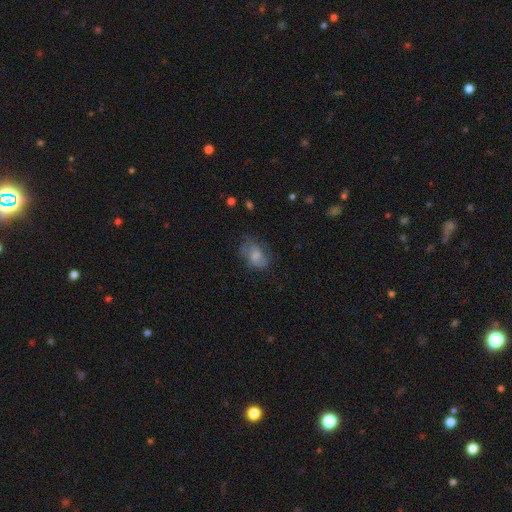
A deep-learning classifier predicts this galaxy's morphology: smooth_or_featured: smooth (p=0.62) [alt: featured or disk p=0.29]
how_rounded: in between (p=0.79) [alt: round p=0.19]
merging: none (p=0.54) [alt: minor disturbance p=0.27]